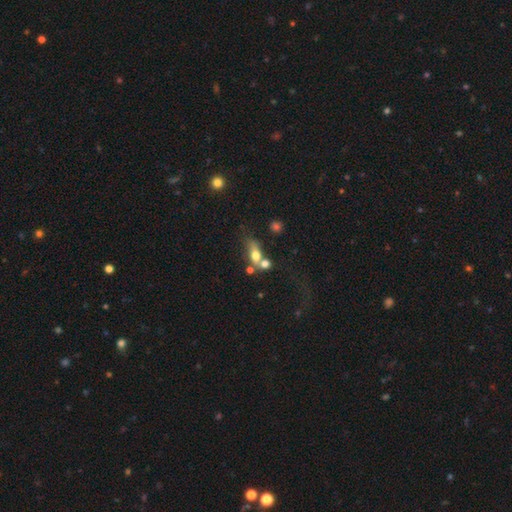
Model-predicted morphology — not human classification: The model was most divided on "merging": merger: 44%, none: 31%, minor disturbance: 13%, major disturbance: 12%. More confident: smooth or featured — smooth (65%); how rounded — in between (62%).